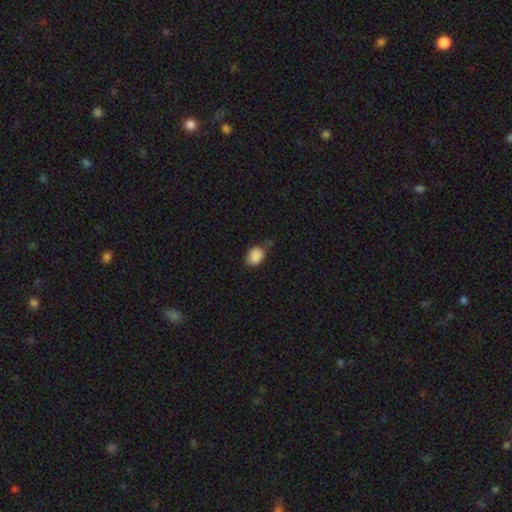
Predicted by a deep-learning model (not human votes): Overall: smooth (89%). How rounded: in between (70%). Merging: none (71%).